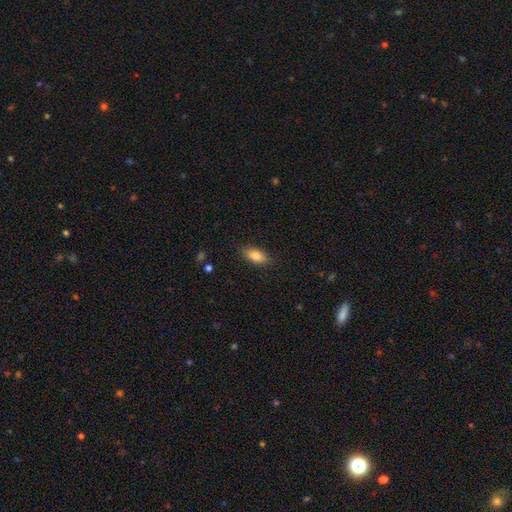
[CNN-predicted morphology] Smooth or featured: smooth — 84% (featured or disk — 8%)
How rounded: in between — 88% (cigar-shaped — 7%)
Merging: none — 85% (minor disturbance — 12%)